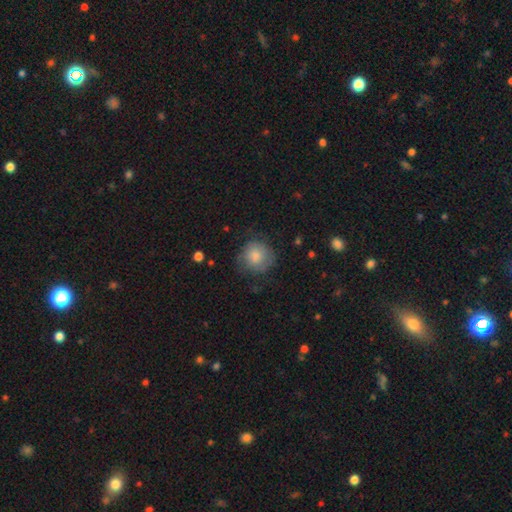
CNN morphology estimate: Smooth or featured? smooth (72%)
How rounded? round (87%)
Merging? none (63%)